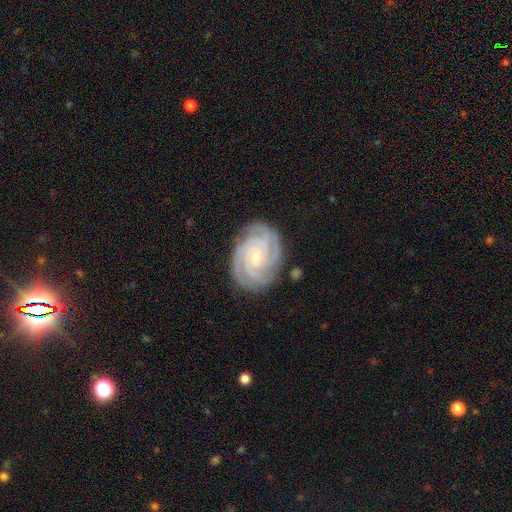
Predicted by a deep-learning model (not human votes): smooth_or_featured: featured or disk (p=0.90) [alt: smooth p=0.05]
disk_edge_on: no (p=0.98) [alt: yes p=0.02]
bar: no (p=0.68) [alt: weak p=0.25]
has_spiral_arms: yes (p=0.99) [alt: no p=0.01]
spiral_winding: tight (p=0.78) [alt: medium p=0.20]
spiral_arm_count: 4 (p=0.35) [alt: 3 p=0.33]
bulge_size: small (p=0.71) [alt: moderate p=0.25]
merging: none (p=0.82) [alt: minor disturbance p=0.13]